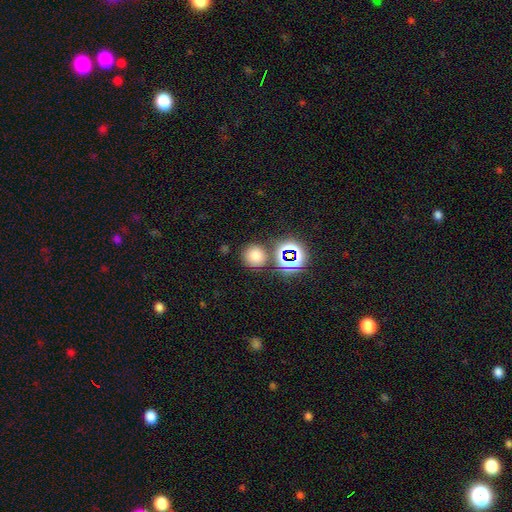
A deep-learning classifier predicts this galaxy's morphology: Smooth or featured? smooth (68%)
How rounded? round (90%)
Merging? none (79%)